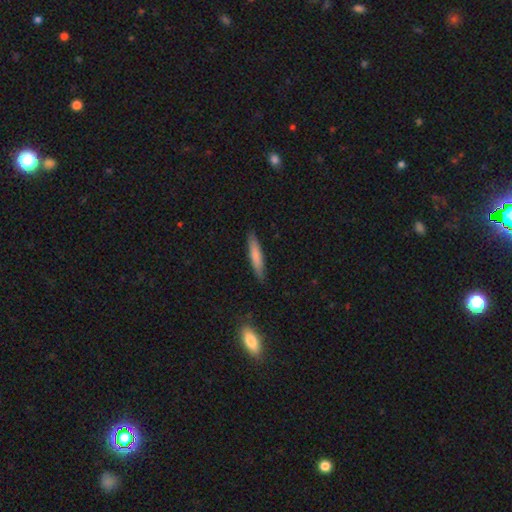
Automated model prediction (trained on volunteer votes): This is likely a smooth galaxy (73%). How rounded: clearly cigar-shaped (89%). Merging: clearly none (87%).